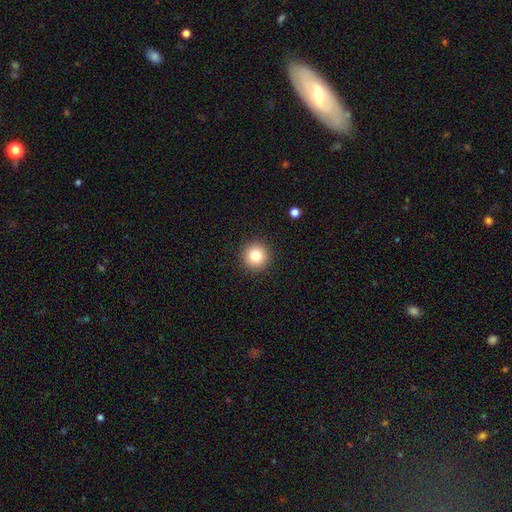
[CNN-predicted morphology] Smooth or featured? Predicted: smooth (p=0.82). How rounded? Predicted: round (p=0.95). Merging? Predicted: none (p=0.92).